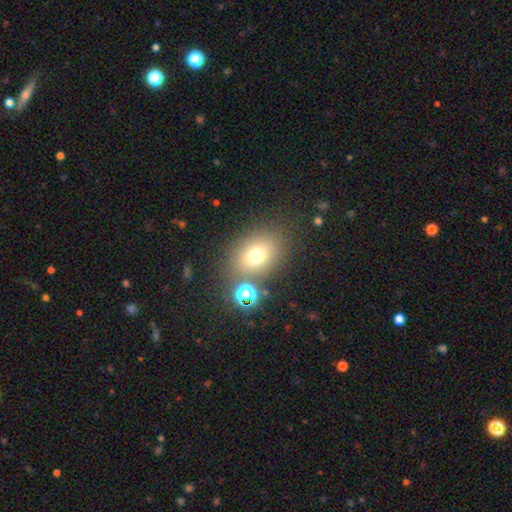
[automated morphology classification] A smooth galaxy with no disk features (70%) that is in between round and cigar-shaped (59%). Merging: none (73%).